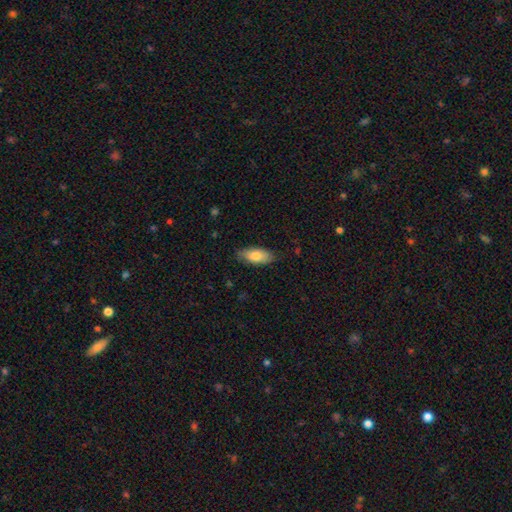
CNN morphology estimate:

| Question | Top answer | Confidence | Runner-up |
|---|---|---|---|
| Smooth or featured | smooth | 79% | featured or disk (15%) |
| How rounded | in between | 85% | cigar-shaped (13%) |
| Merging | none | 83% | minor disturbance (13%) |